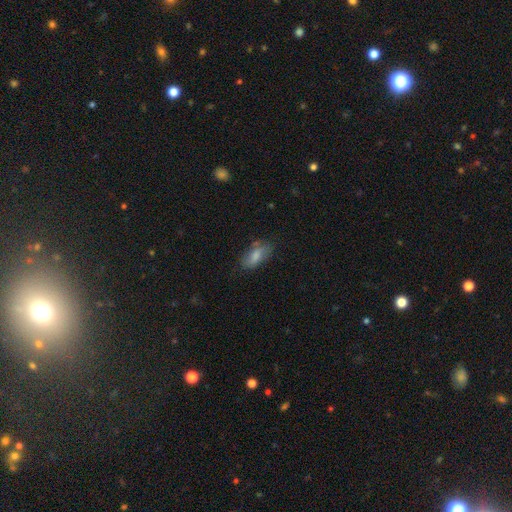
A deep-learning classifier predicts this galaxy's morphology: smooth 74%, featured or disk 19%, star or artifact 7%. Down the decision tree: how rounded — in between (87%); merging — none (65%).